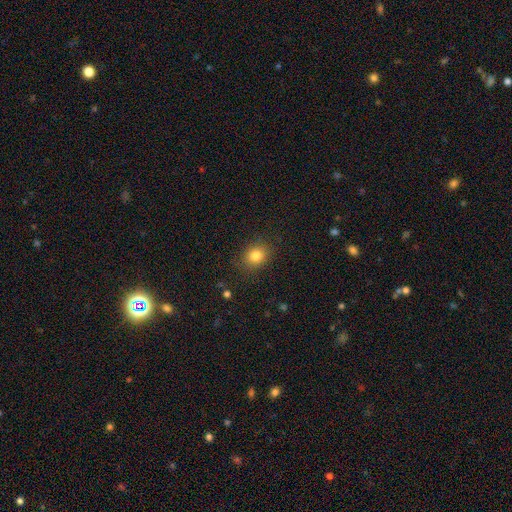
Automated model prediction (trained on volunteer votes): Smooth or featured? Predicted: smooth (p=0.83). How rounded? Predicted: round (p=0.59). Merging? Predicted: none (p=0.85).